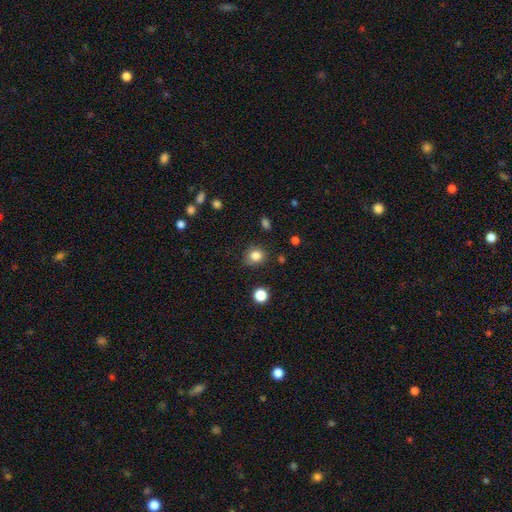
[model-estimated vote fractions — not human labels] smooth-or-featured: smooth: 83% | star or artifact: 12% | featured or disk: 5%
  how-rounded: round: 79% | in between: 20% | cigar-shaped: 1%
  merging: none: 82% | minor disturbance: 12% | major disturbance: 3% | merger: 2%